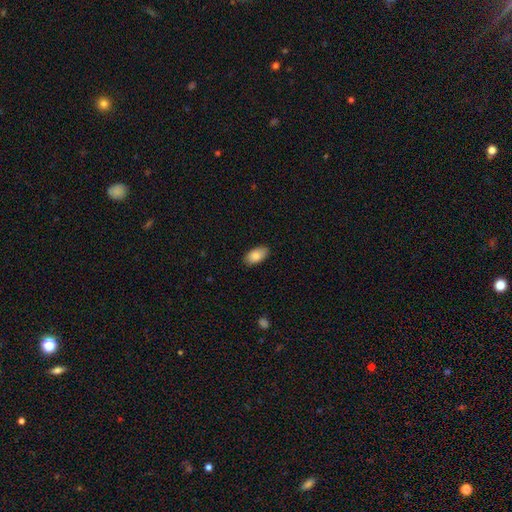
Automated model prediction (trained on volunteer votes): Smooth or featured? Predicted: smooth (p=0.86). How rounded? Predicted: in between (p=0.94). Merging? Predicted: none (p=0.86).